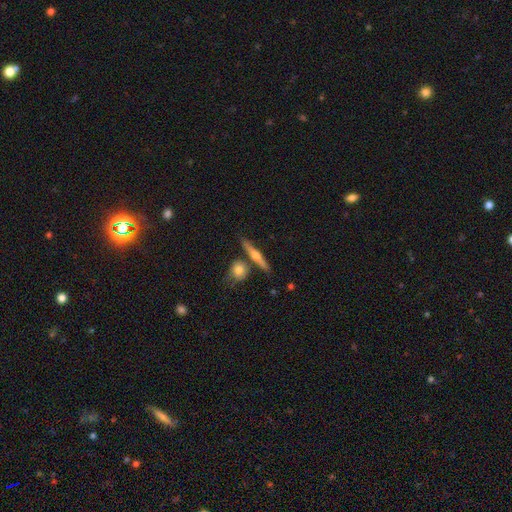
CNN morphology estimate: The model was most divided on "smooth or featured": featured or disk: 60%, smooth: 33%, star or artifact: 6%. More confident: edge-on disk — yes (95%); edge-on bulge — rounded (86%); merging — none (76%).